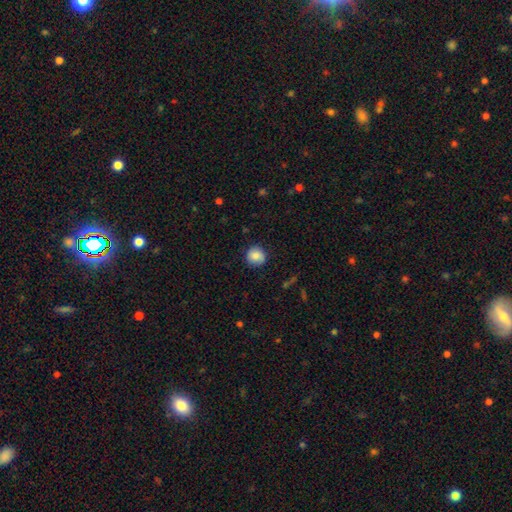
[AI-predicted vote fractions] Smooth or featured?
  - smooth: 82% *
  - featured or disk: 10%
  - star or artifact: 8%
How rounded?
  - round: 91% *
  - in between: 8%
  - cigar-shaped: 1%
Merging?
  - none: 85% *
  - minor disturbance: 12%
  - major disturbance: 3%
  - merger: 1%